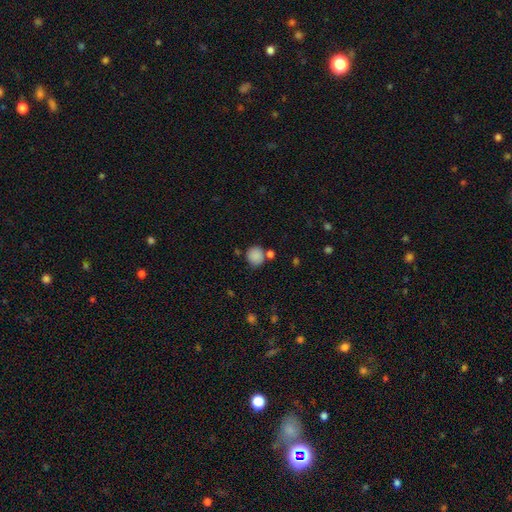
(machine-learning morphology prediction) This is clearly a smooth galaxy (86%). How rounded: clearly round (84%). Merging: likely none (72%).